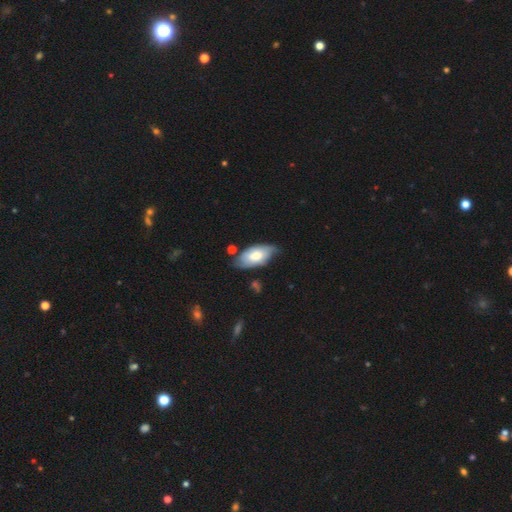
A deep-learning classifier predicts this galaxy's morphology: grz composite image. It shows a smooth galaxy with no disk features (57%) that is in between round and cigar-shaped (93%). Merging: none (59%).